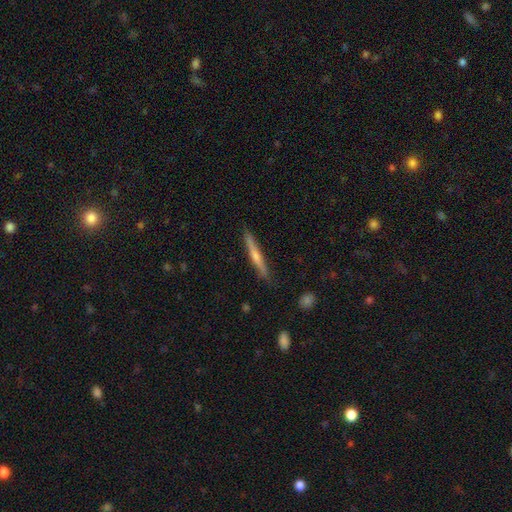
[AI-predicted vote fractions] Smooth or featured?
  - featured or disk: 61% *
  - smooth: 30%
  - star or artifact: 9%
Edge-on disk?
  - yes: 96% *
  - no: 4%
Edge-on bulge?
  - rounded: 76% *
  - none: 19%
  - boxy: 5%
Merging?
  - none: 88% *
  - minor disturbance: 9%
  - major disturbance: 2%
  - merger: 1%